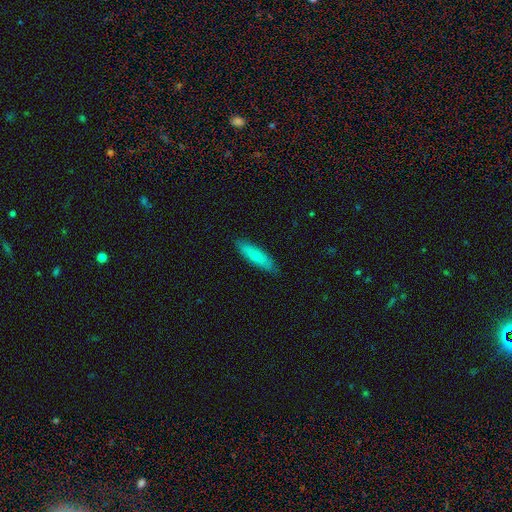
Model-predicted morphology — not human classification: Smooth or featured: smooth — 74% (featured or disk — 21%)
How rounded: cigar-shaped — 64% (in between — 35%)
Merging: none — 86% (minor disturbance — 11%)